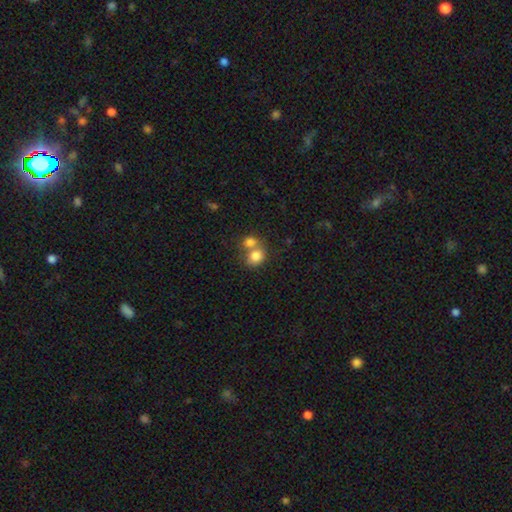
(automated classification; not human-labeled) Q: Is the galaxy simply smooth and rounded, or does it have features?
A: smooth — 80%.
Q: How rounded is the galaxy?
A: round — 63%.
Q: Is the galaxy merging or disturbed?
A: merger — 54%.